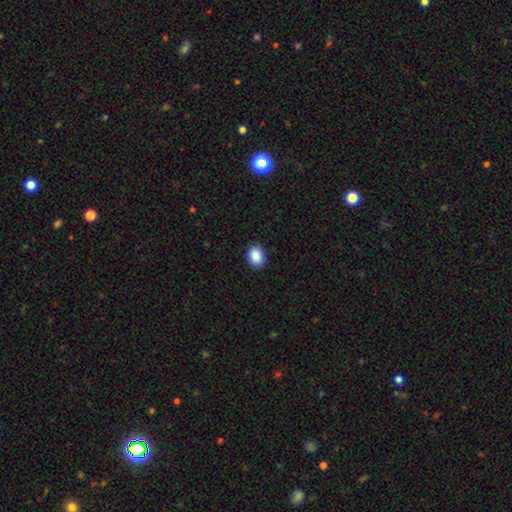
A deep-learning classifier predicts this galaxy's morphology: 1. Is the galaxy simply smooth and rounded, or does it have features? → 89% smooth, 8% star or artifact, 3% featured or disk.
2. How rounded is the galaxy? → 71% in between, 28% round, 1% cigar-shaped.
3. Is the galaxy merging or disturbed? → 89% none, 8% minor disturbance, 2% major disturbance, 1% merger.